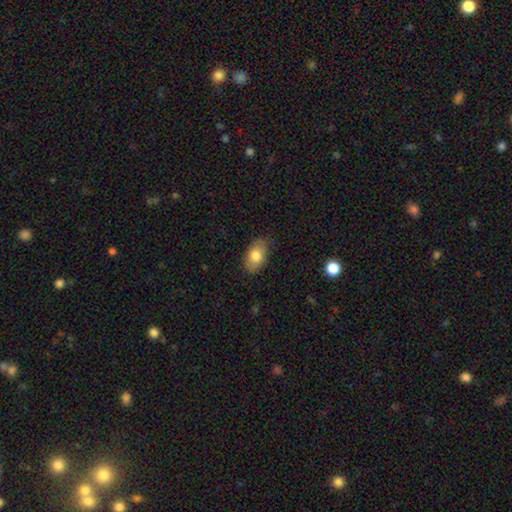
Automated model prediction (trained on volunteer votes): Smooth or featured: smooth — 80% (featured or disk — 12%)
How rounded: in between — 91% (round — 8%)
Merging: none — 82% (minor disturbance — 14%)